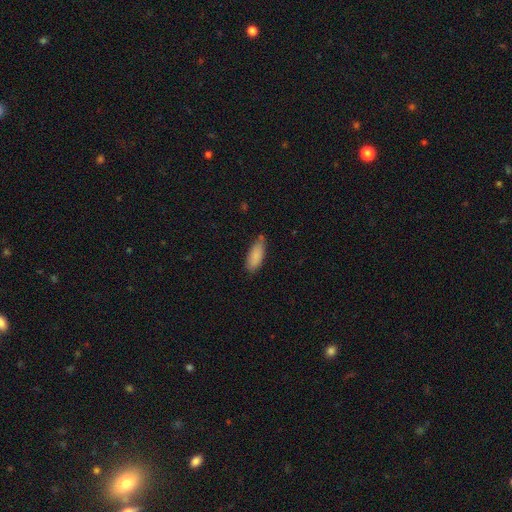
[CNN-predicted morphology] smooth-or-featured: smooth: 87% | featured or disk: 7% | star or artifact: 6%
  how-rounded: in between: 76% | cigar-shaped: 22% | round: 2%
  merging: none: 66% | minor disturbance: 26% | major disturbance: 4% | merger: 4%